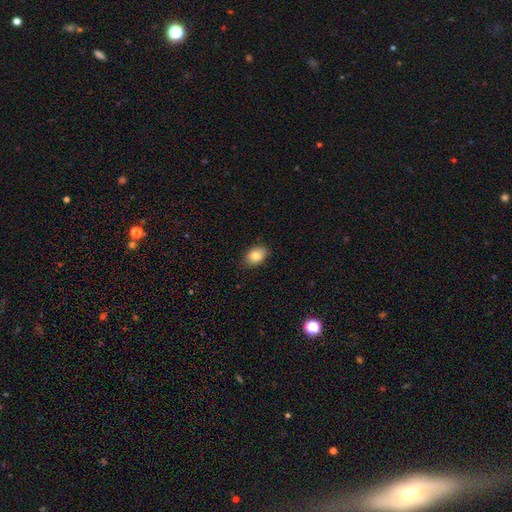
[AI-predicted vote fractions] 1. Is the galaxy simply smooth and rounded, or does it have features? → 82% smooth, 10% featured or disk, 8% star or artifact.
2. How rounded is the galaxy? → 81% in between, 18% round, 1% cigar-shaped.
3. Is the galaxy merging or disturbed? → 85% none, 12% minor disturbance, 2% major disturbance, 1% merger.